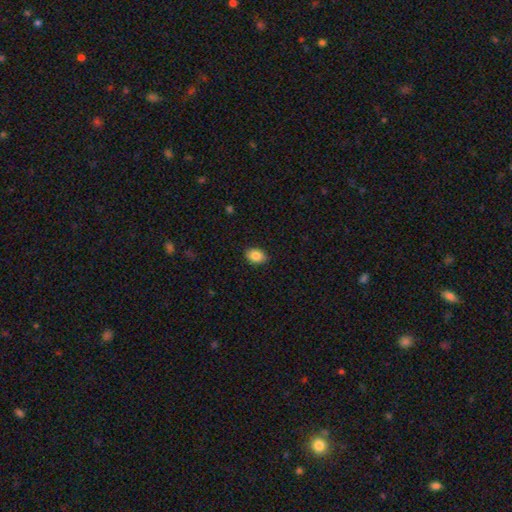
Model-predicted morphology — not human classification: A smooth galaxy with no disk features (85%) that is in between round and cigar-shaped (81%).

Vote fractions:
- Smooth or featured? smooth: 85% / star or artifact: 8% / featured or disk: 7%
- How rounded? in between: 81% / round: 18% / cigar-shaped: 1%
- Merging? none: 88% / minor disturbance: 9% / major disturbance: 2% / merger: 1%